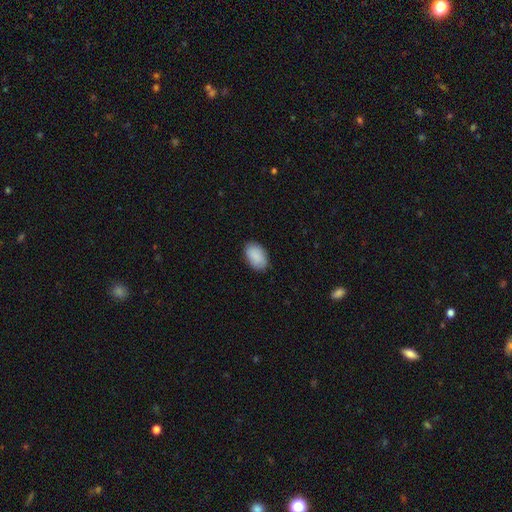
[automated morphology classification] A smooth galaxy with no disk features (90%) that is in between round and cigar-shaped (91%).

Vote fractions:
- Smooth or featured? smooth: 90% / star or artifact: 6% / featured or disk: 4%
- How rounded? in between: 91% / round: 8% / cigar-shaped: 1%
- Merging? none: 85% / minor disturbance: 12% / major disturbance: 2% / merger: 1%